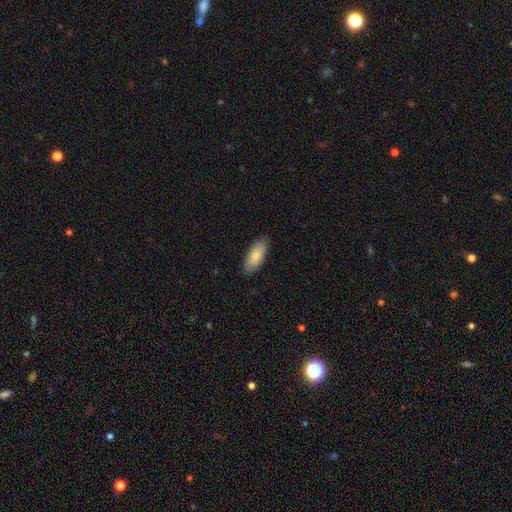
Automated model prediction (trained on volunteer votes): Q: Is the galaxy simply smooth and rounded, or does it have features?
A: smooth — 84%.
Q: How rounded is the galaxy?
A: in between — 85%.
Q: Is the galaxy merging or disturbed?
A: none — 86%.